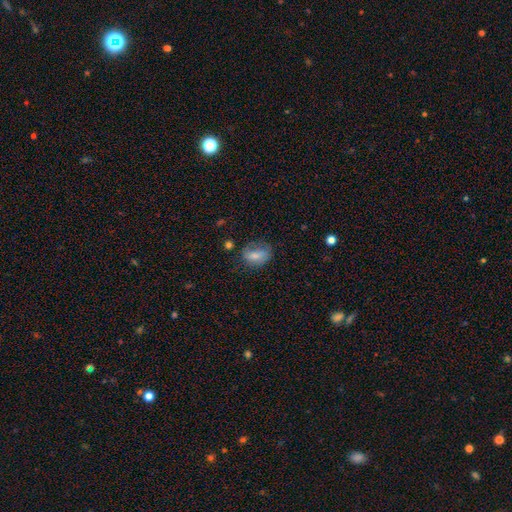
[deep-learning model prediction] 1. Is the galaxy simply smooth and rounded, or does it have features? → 70% smooth, 21% featured or disk, 9% star or artifact.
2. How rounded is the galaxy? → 78% in between, 19% round, 3% cigar-shaped.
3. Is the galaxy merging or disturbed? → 51% none, 29% minor disturbance, 17% major disturbance, 3% merger.